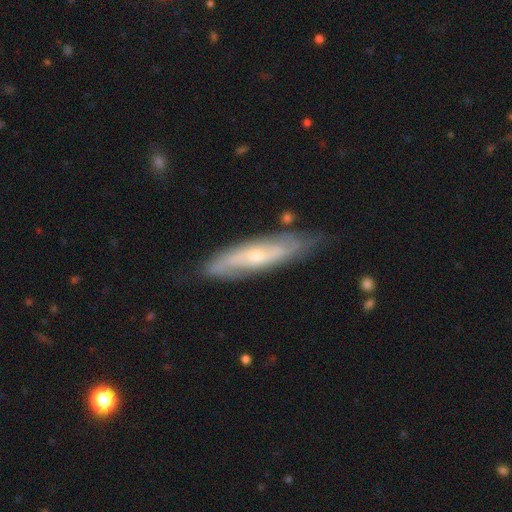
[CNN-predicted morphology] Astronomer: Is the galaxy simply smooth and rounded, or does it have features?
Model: featured or disk — 71%.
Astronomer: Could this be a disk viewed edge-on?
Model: no — 66%.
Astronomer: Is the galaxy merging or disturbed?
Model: none — 74%.